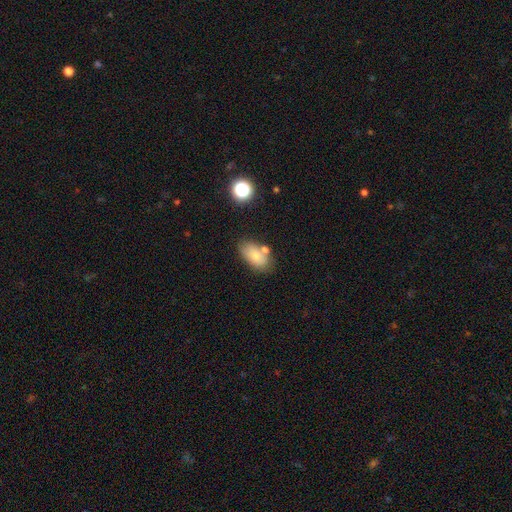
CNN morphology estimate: Smooth or featured? smooth (73%)
How rounded? in between (91%)
Merging? none (61%)